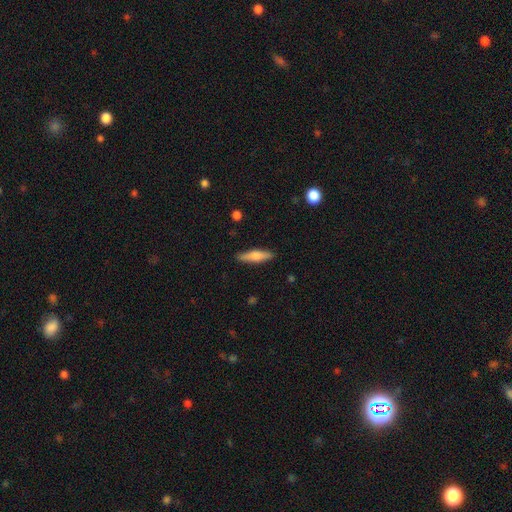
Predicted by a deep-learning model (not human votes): A smooth galaxy with no disk features (63%) that is cigar-shaped (74%).

Vote fractions:
- Smooth or featured? smooth: 63% / featured or disk: 32% / star or artifact: 6%
- How rounded? cigar-shaped: 74% / in between: 24% / round: 2%
- Merging? none: 89% / minor disturbance: 8% / major disturbance: 2% / merger: 1%